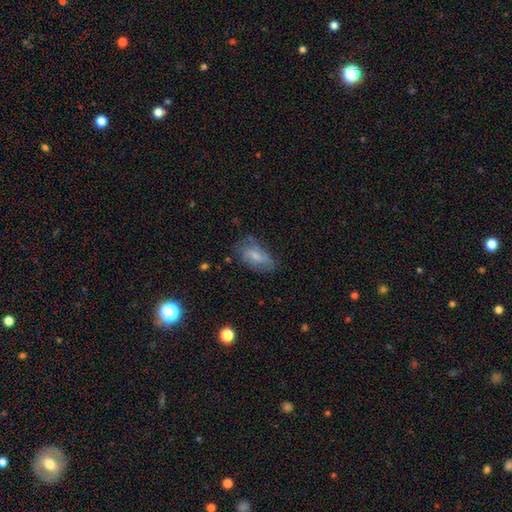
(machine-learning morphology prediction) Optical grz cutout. It shows a smooth galaxy with no disk features (61%) that is in between round and cigar-shaped (89%). Merging: none (58%).